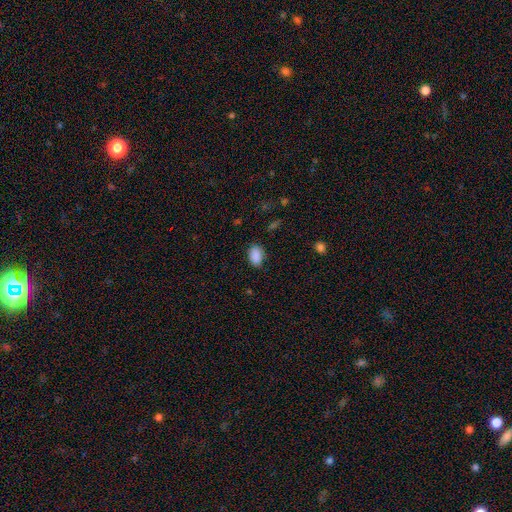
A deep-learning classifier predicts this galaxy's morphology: This appears to be a smooth galaxy with no disk features (89%) that is in between round and cigar-shaped (89%). Merging: none (82%).